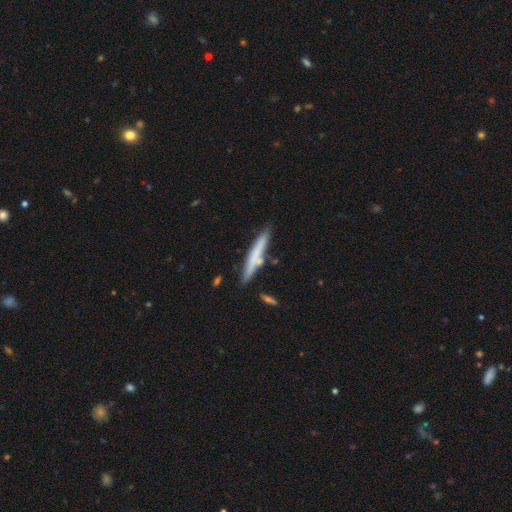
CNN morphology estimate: smooth-or-featured: smooth: 57% | featured or disk: 37% | star or artifact: 6%
  how-rounded: cigar-shaped: 93% | in between: 6% | round: 1%
  merging: none: 74% | minor disturbance: 14% | merger: 9% | major disturbance: 3%